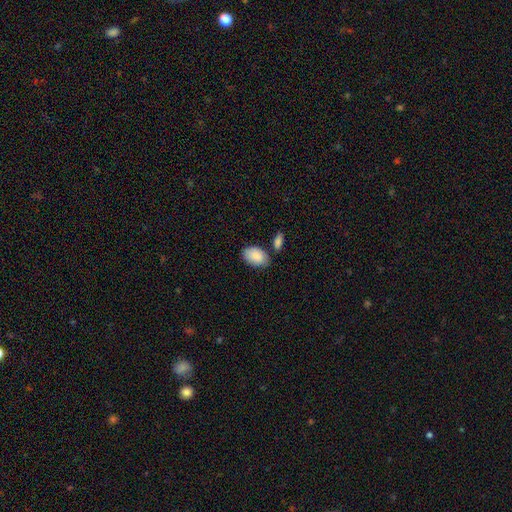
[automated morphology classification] smooth-or-featured: smooth: 88% | featured or disk: 6% | star or artifact: 6%
  how-rounded: in between: 92% | round: 7% | cigar-shaped: 1%
  merging: none: 68% | minor disturbance: 17% | merger: 11% | major disturbance: 4%